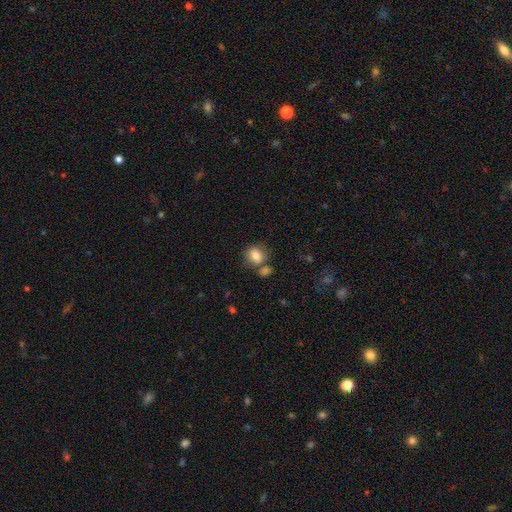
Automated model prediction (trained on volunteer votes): A smooth galaxy with no disk features (82%) that is round (53%). Merging: none (62%).